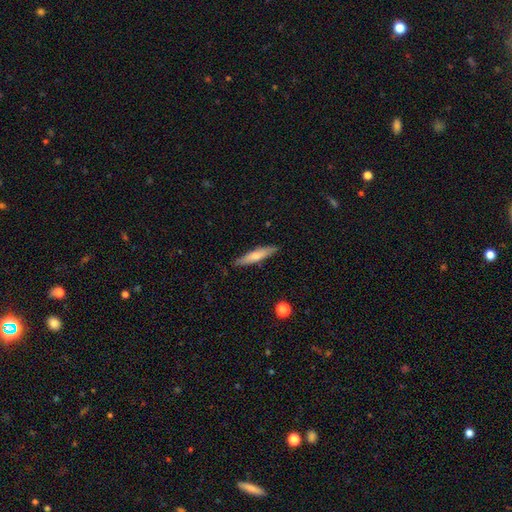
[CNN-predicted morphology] Smooth or featured? Predicted: smooth (p=0.63). How rounded? Predicted: cigar-shaped (p=0.85). Merging? Predicted: none (p=0.86).